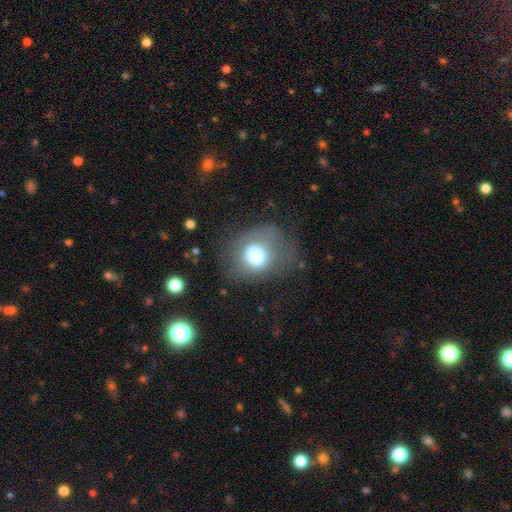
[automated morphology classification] smooth 67%, featured or disk 21%, star or artifact 12%. Down the decision tree: how rounded — round (60%); merging — none (49%).